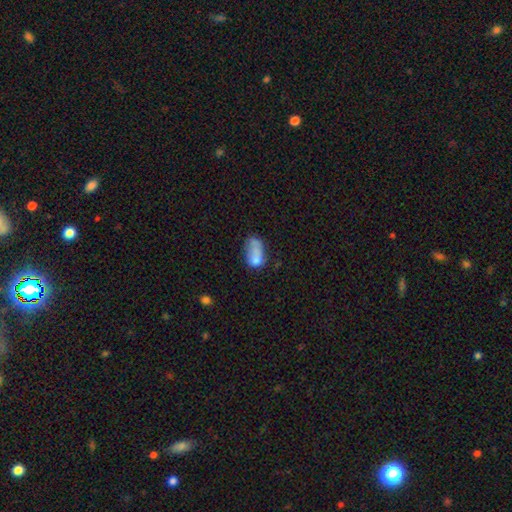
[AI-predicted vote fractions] Smooth or featured?
  - smooth: 69% *
  - featured or disk: 20%
  - star or artifact: 11%
How rounded?
  - in between: 87% *
  - round: 11%
  - cigar-shaped: 3%
Merging?
  - major disturbance: 31% *
  - minor disturbance: 24%
  - merger: 23%
  - none: 22%